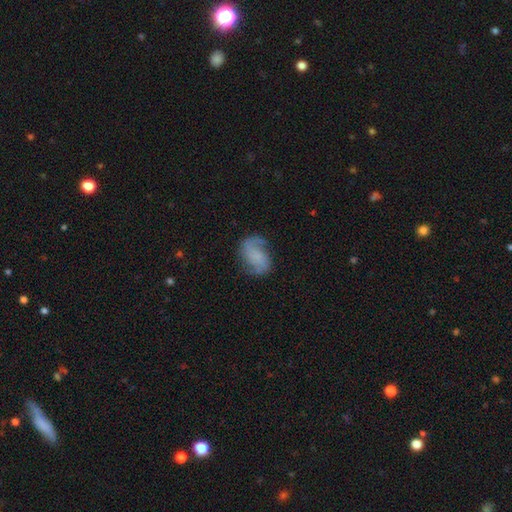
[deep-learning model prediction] Smooth or featured?
  - featured or disk: 67% *
  - smooth: 25%
  - star or artifact: 9%
Edge-on disk?
  - no: 97% *
  - yes: 3%
Bar?
  - no: 61% *
  - weak: 31%
  - strong: 8%
Spiral arms?
  - yes: 92% *
  - no: 8%
Spiral winding?
  - loose: 43% *
  - medium: 39%
  - tight: 18%
Spiral arm count?
  - 2: 85% *
  - 1: 6%
  - can't tell: 5%
  - 3: 2%
  - 4: 1%
  - more than 4: 1%
Bulge size?
  - none: 59% *
  - small: 22%
  - moderate: 11%
  - large: 6%
  - dominant: 2%
Merging?
  - none: 69% *
  - minor disturbance: 20%
  - major disturbance: 10%
  - merger: 2%